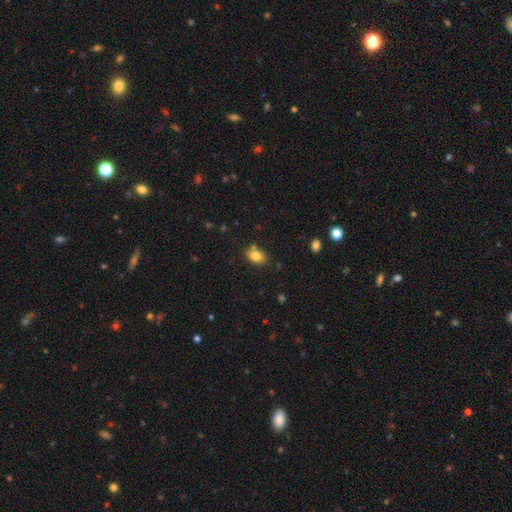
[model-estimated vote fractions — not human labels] Smooth or featured? smooth (83%)
How rounded? in between (76%)
Merging? none (73%)